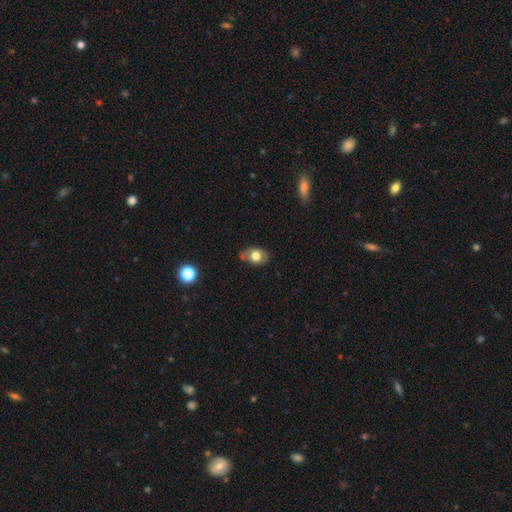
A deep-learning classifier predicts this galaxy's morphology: The model was most divided on "merging": none: 64%, minor disturbance: 26%, major disturbance: 6%, merger: 4%. More confident: how rounded — in between (79%); smooth or featured — smooth (68%).